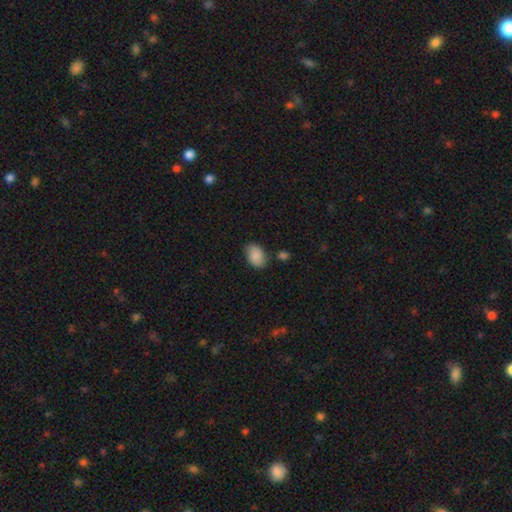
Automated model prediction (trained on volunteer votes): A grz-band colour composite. It shows a smooth galaxy with no disk features (85%) that is in between round and cigar-shaped (85%). Merging: none (75%).